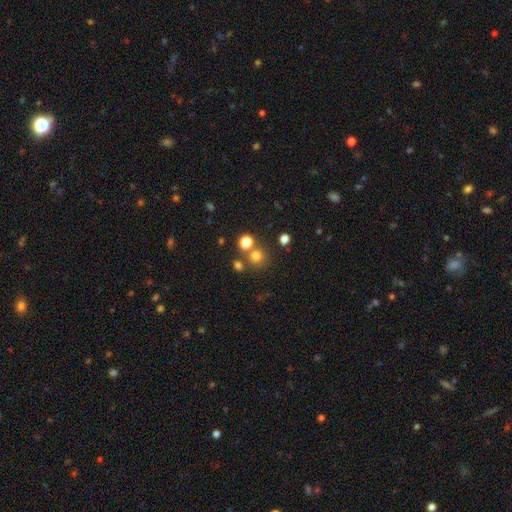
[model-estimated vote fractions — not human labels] This appears to be a smooth galaxy with no disk features (74%) that is round (90%). Merging: none (70%).